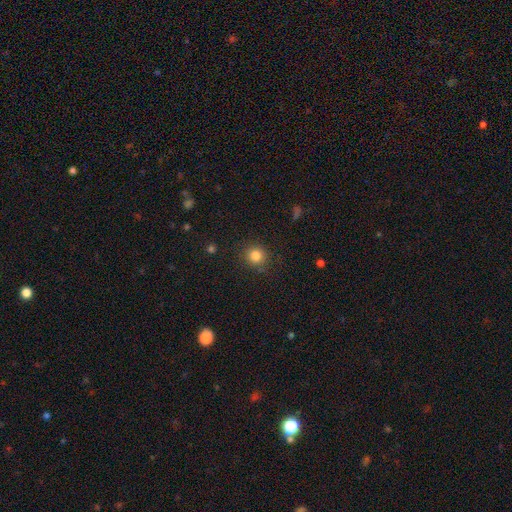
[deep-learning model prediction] This appears to be a smooth galaxy with no disk features (83%) that is round (90%). Merging: none (87%).